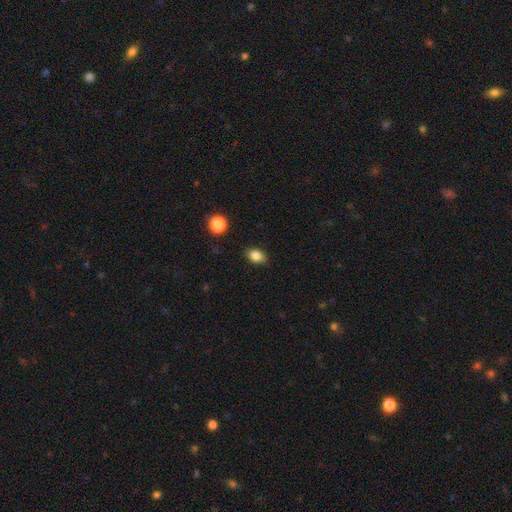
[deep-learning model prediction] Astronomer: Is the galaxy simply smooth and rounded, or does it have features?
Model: smooth — 84%.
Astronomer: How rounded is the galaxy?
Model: in between — 78%.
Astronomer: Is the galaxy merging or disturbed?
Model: none — 85%.